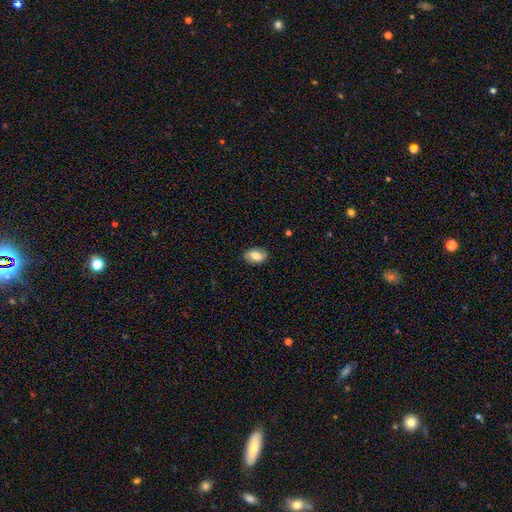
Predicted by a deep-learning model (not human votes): Morphology: type=smooth (68%); roundness=in between (87%); merging=none (85%).